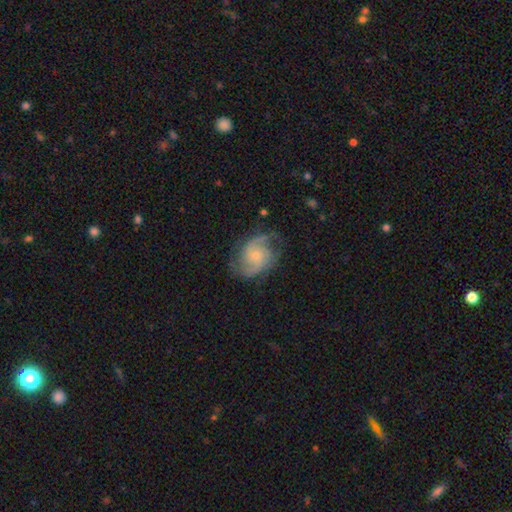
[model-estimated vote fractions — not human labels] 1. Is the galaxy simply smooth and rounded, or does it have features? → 82% featured or disk, 12% smooth, 6% star or artifact.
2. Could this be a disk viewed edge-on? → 98% no, 2% yes.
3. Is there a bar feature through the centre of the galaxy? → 71% no, 25% weak, 4% strong.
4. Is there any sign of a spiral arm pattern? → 95% yes, 5% no.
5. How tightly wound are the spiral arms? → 49% medium, 28% tight, 23% loose.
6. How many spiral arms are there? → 73% 2, 10% can't tell, 9% 3, 3% 1, 3% 4, 2% more than 4.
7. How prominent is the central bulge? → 66% small, 29% moderate, 2% none, 2% large, 1% dominant.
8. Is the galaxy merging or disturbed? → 68% none, 20% minor disturbance, 11% major disturbance, 1% merger.